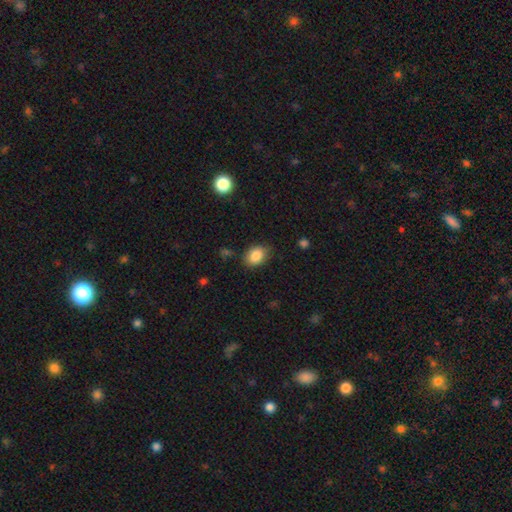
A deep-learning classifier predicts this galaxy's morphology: Smooth or featured?
  - smooth: 86% *
  - star or artifact: 8%
  - featured or disk: 5%
How rounded?
  - in between: 69% *
  - round: 30%
  - cigar-shaped: 1%
Merging?
  - none: 78% *
  - minor disturbance: 17%
  - major disturbance: 4%
  - merger: 2%